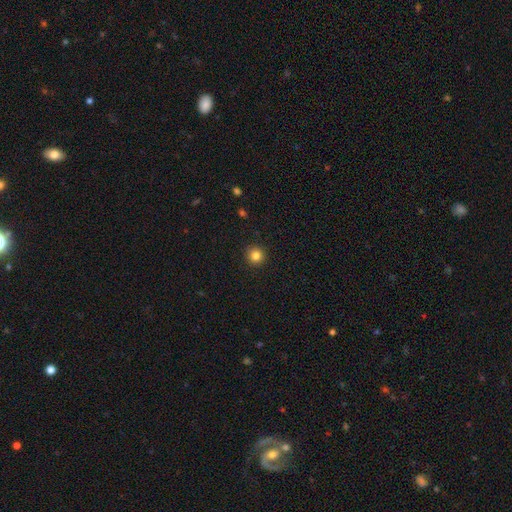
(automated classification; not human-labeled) Smooth or featured? smooth (83%)
How rounded? round (95%)
Merging? none (92%)